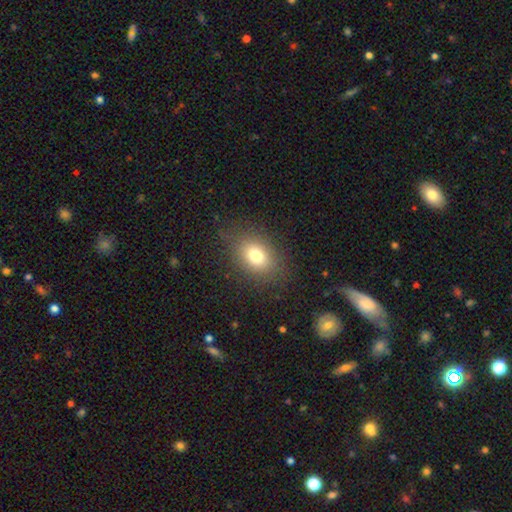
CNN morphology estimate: Q: Smooth or featured?
A: smooth (75%); runner-up: star or artifact (13%)
Q: How rounded?
A: in between (61%); runner-up: round (38%)
Q: Merging?
A: none (82%); runner-up: minor disturbance (12%)